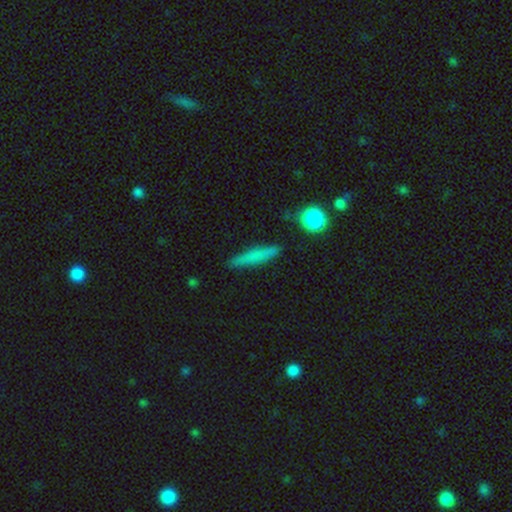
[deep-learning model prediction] smooth_or_featured: smooth (p=0.71) [alt: featured or disk p=0.21]
how_rounded: cigar-shaped (p=0.91) [alt: in between p=0.07]
merging: none (p=0.86) [alt: minor disturbance p=0.10]